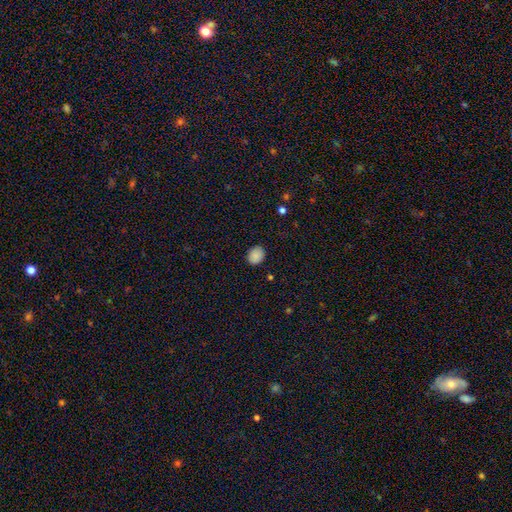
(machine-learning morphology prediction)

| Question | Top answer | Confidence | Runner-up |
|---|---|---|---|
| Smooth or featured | smooth | 87% | star or artifact (9%) |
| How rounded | round | 51% | in between (48%) |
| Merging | none | 86% | minor disturbance (11%) |